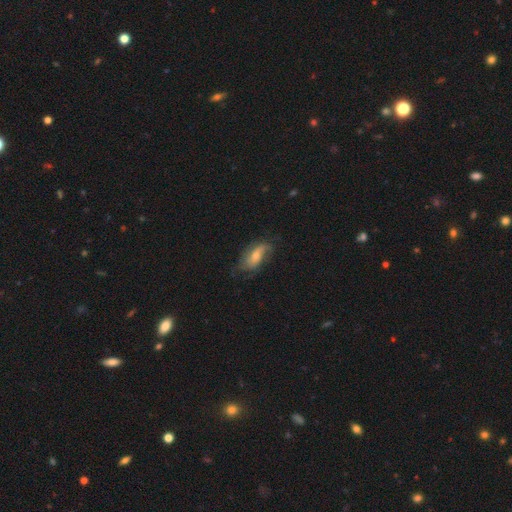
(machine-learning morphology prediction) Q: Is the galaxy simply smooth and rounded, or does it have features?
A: featured or disk — 53%.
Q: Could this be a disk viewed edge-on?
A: no — 90%.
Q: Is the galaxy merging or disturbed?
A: none — 52%.